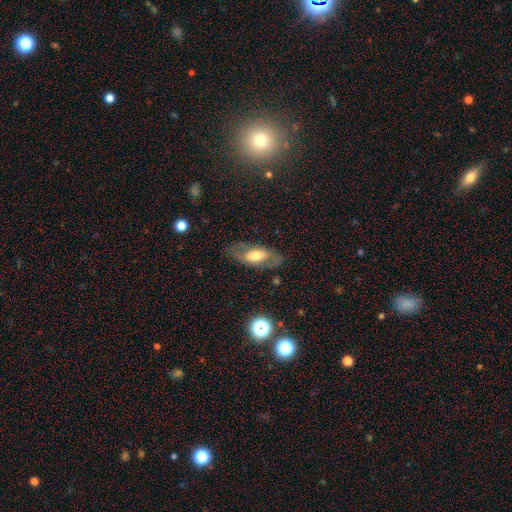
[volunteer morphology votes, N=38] Q: Smooth or featured?
A: smooth (58%); runner-up: featured or disk (37%)
Q: How rounded?
A: in between (100%)
Q: Merging?
A: none (83%); runner-up: major disturbance (11%)